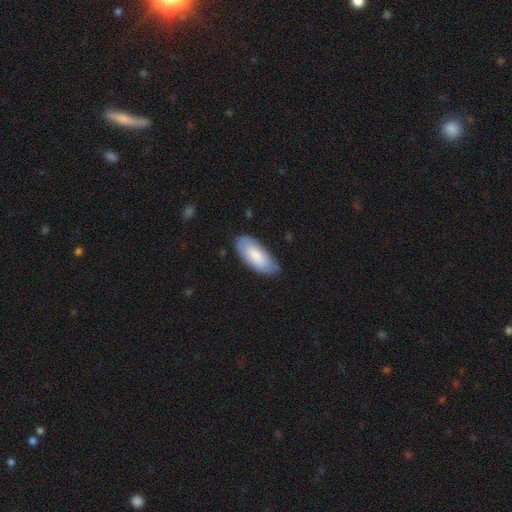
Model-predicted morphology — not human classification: Smooth or featured: smooth — 81% (featured or disk — 13%)
How rounded: in between — 87% (cigar-shaped — 11%)
Merging: none — 75% (minor disturbance — 21%)